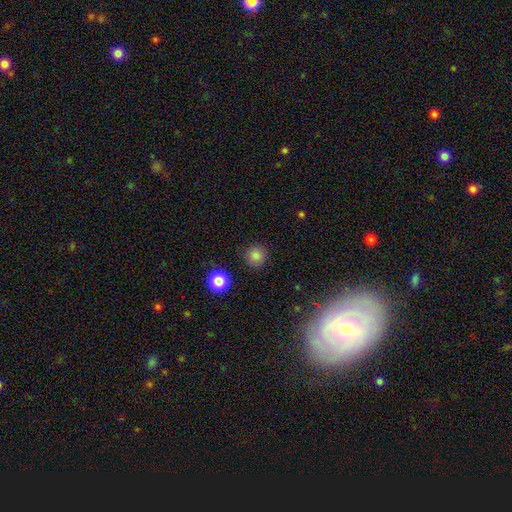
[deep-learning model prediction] smooth 83%, star or artifact 13%, featured or disk 4%. Down the decision tree: how rounded — round (94%); merging — none (89%).